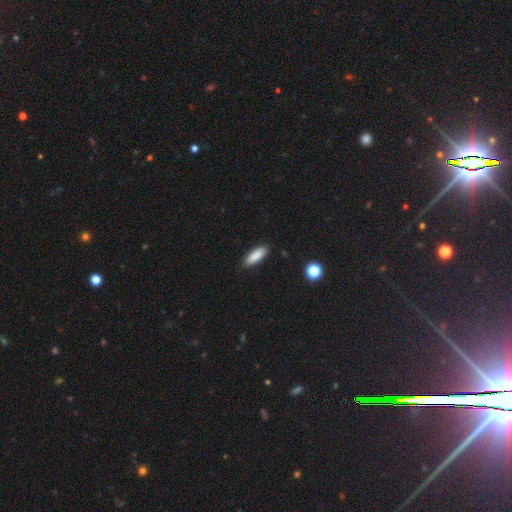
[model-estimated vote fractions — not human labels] Overall: smooth (87%). How rounded: in between (50%; cigar-shaped 48%). Merging: none (87%).